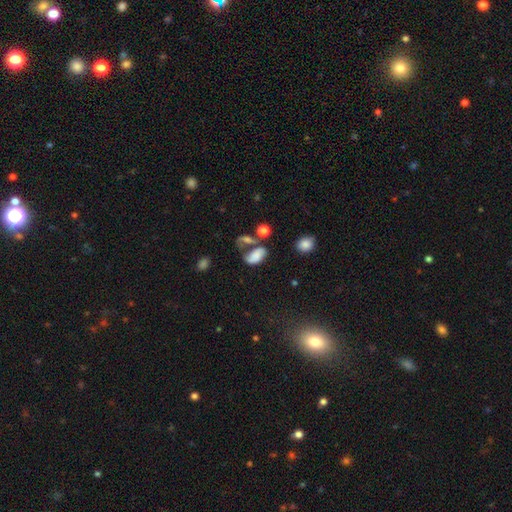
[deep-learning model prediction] Q: Smooth or featured?
A: smooth (64%); runner-up: featured or disk (24%)
Q: How rounded?
A: in between (90%); runner-up: round (7%)
Q: Merging?
A: merger (28%); runner-up: major disturbance (27%)